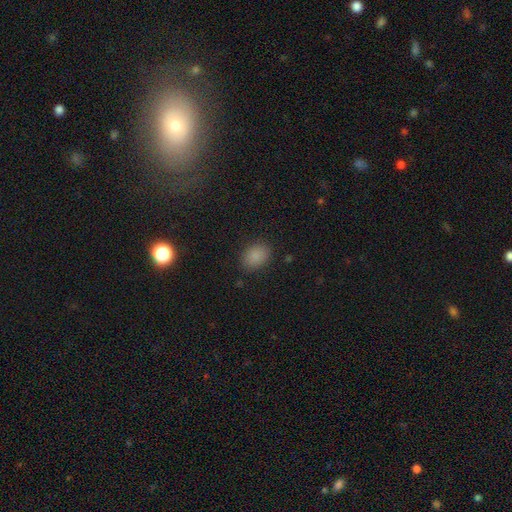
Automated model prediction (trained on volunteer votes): smooth-or-featured: smooth: 86% | star or artifact: 11% | featured or disk: 4%
  how-rounded: in between: 71% | round: 28% | cigar-shaped: 1%
  merging: none: 85% | minor disturbance: 11% | major disturbance: 3% | merger: 1%